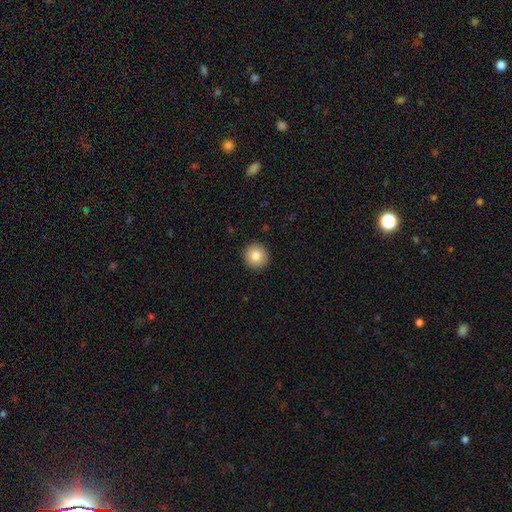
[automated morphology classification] This is clearly a smooth galaxy (84%). How rounded: clearly round (95%). Merging: clearly none (93%).